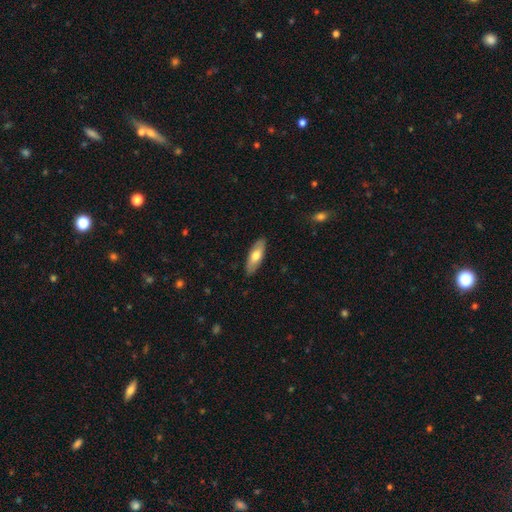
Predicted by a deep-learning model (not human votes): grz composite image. It shows a smooth galaxy with no disk features (68%) that is in between round and cigar-shaped (64%). Merging: none (88%).